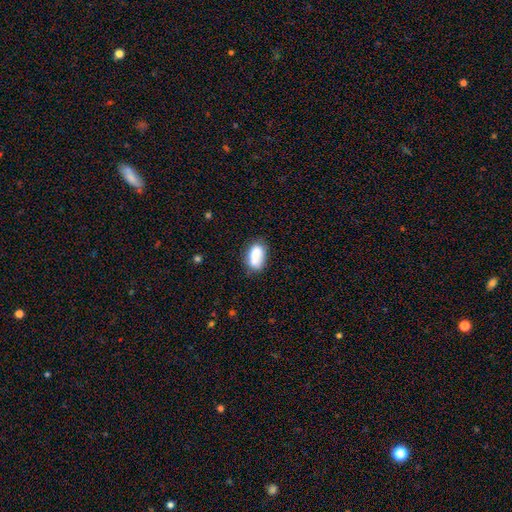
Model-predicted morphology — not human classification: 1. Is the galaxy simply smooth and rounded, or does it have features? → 79% smooth, 13% featured or disk, 8% star or artifact.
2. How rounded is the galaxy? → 90% in between, 7% round, 4% cigar-shaped.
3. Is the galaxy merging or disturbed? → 64% none, 22% minor disturbance, 8% merger, 6% major disturbance.